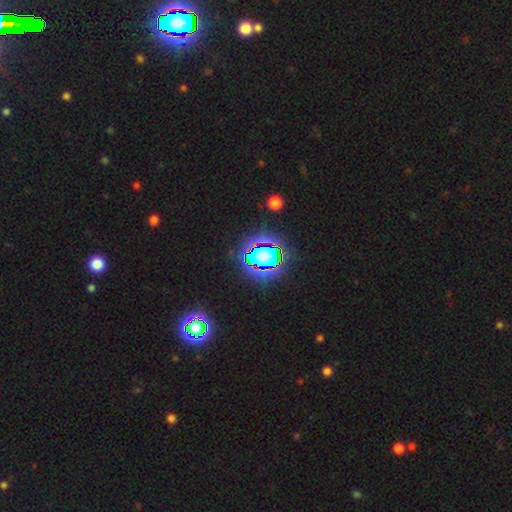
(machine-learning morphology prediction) A star or artifact, not a galaxy (82%).